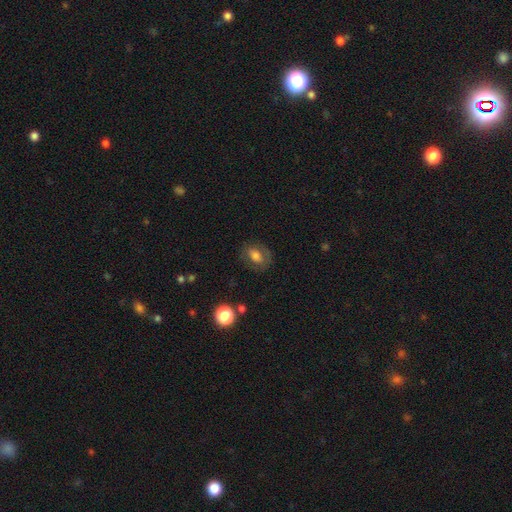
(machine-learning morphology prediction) Overall: smooth (61%; featured or disk 29%). How rounded: in between (70%). Merging: none (74%).